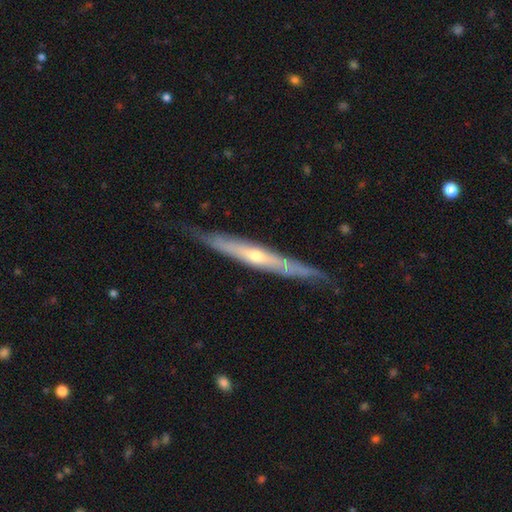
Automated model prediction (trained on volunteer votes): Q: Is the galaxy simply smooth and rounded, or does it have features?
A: featured or disk — 67%.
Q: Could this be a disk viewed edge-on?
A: yes — 85%.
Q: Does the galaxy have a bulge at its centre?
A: rounded — 66%.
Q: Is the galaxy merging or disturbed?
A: none — 76%.